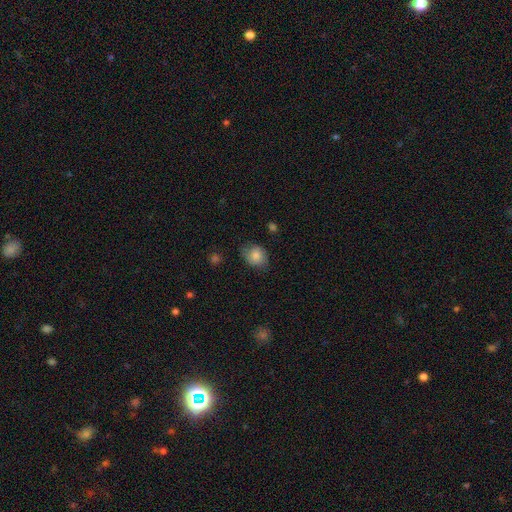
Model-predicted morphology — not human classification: Smooth or featured? smooth (80%)
How rounded? round (54%)
Merging? none (68%)